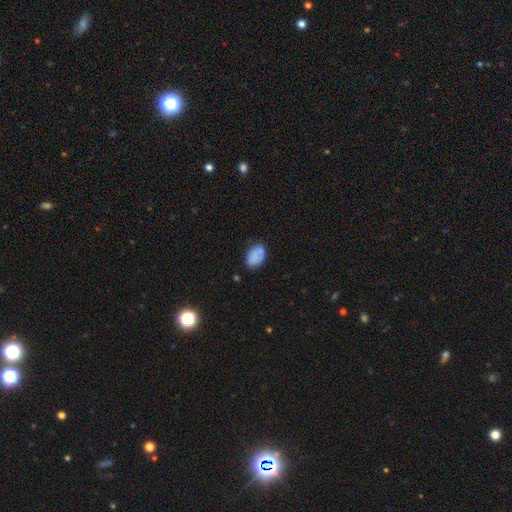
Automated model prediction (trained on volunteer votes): Smooth or featured? Predicted: smooth (p=0.80). How rounded? Predicted: in between (p=0.86). Merging? Predicted: none (p=0.72).